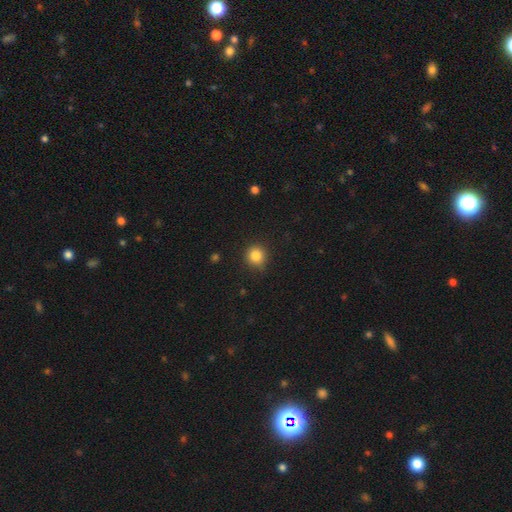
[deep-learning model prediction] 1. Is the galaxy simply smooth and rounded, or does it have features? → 84% smooth, 11% star or artifact, 5% featured or disk.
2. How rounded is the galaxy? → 92% round, 8% in between, 1% cigar-shaped.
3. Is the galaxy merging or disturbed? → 86% none, 10% minor disturbance, 2% major disturbance, 1% merger.